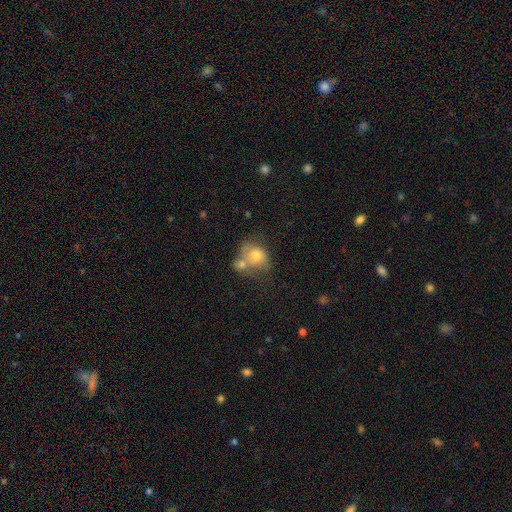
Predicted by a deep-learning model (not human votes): smooth_or_featured: smooth (p=0.69) [alt: featured or disk p=0.21]
how_rounded: round (p=0.57) [alt: in between p=0.42]
merging: merger (p=0.42) [alt: none p=0.32]